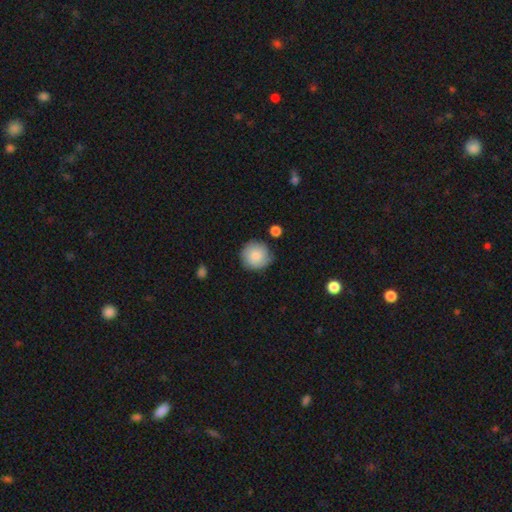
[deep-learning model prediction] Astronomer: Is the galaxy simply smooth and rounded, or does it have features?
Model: smooth — 80%.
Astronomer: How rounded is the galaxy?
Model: round — 92%.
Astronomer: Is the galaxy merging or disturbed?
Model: none — 75%.